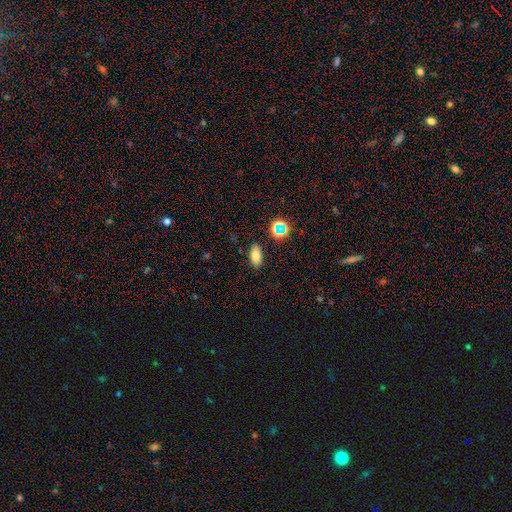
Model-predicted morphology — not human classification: smooth-or-featured: smooth: 75% | star or artifact: 14% | featured or disk: 11%
  how-rounded: in between: 88% | round: 7% | cigar-shaped: 6%
  merging: none: 85% | minor disturbance: 10% | major disturbance: 2% | merger: 2%